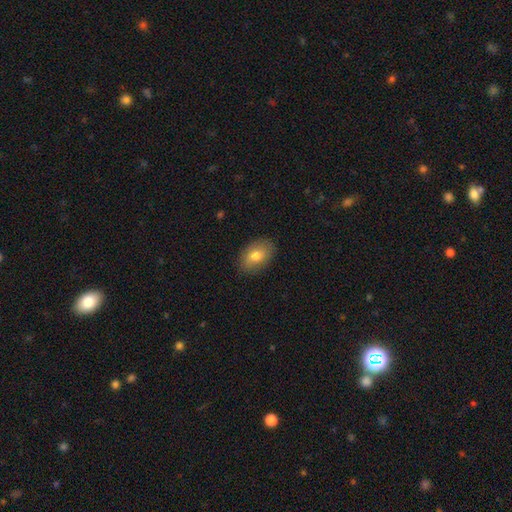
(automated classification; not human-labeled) Smooth or featured? smooth (77%)
How rounded? in between (88%)
Merging? none (87%)